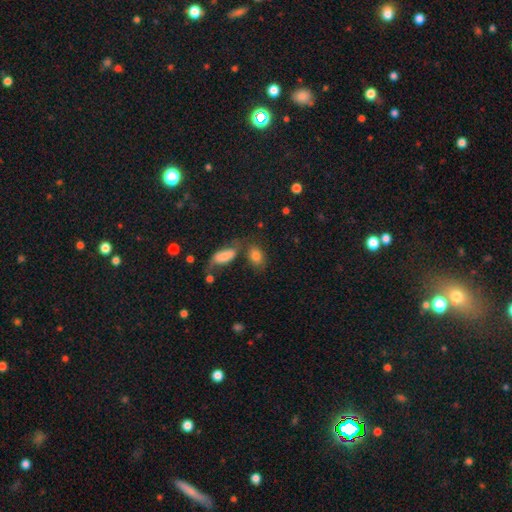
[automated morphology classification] Smooth or featured?
  - smooth: 81% *
  - star or artifact: 10%
  - featured or disk: 10%
How rounded?
  - in between: 81% *
  - round: 16%
  - cigar-shaped: 2%
Merging?
  - none: 56% *
  - merger: 20%
  - minor disturbance: 16%
  - major disturbance: 8%